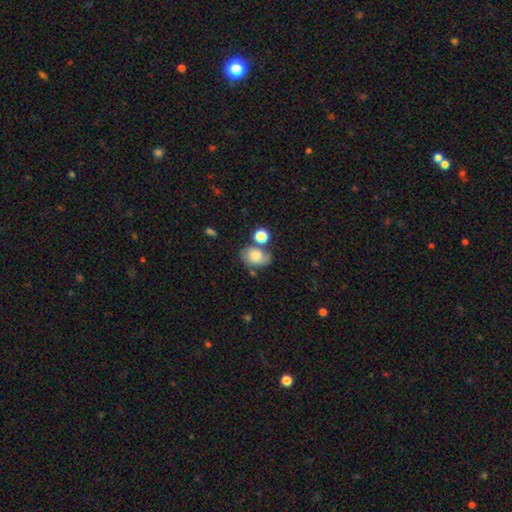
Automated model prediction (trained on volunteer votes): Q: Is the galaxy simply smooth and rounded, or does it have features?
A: smooth — 73%.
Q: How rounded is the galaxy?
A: in between — 69%.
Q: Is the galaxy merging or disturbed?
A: none — 47%.